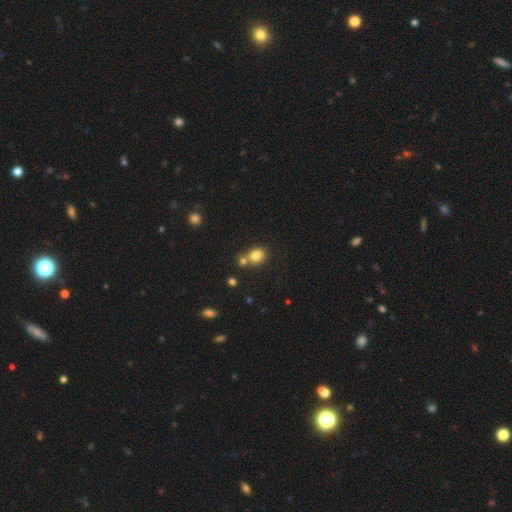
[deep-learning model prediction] Smooth or featured?
  - smooth: 81% *
  - star or artifact: 11%
  - featured or disk: 8%
How rounded?
  - round: 56% *
  - in between: 43%
  - cigar-shaped: 1%
Merging?
  - none: 52% *
  - merger: 35%
  - minor disturbance: 10%
  - major disturbance: 3%